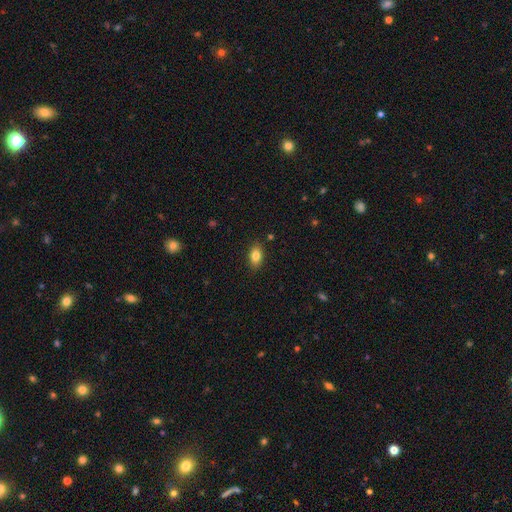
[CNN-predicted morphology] A smooth galaxy with no disk features (82%) that is in between round and cigar-shaped (85%). Merging: none (86%).